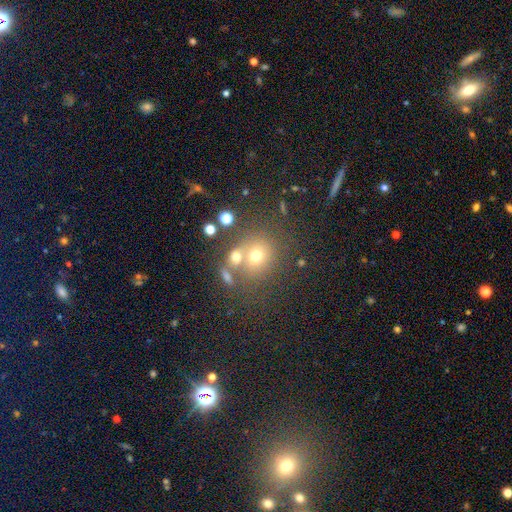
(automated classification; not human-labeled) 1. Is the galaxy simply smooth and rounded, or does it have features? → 65% smooth, 20% star or artifact, 15% featured or disk.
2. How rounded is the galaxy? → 78% round, 21% in between, 1% cigar-shaped.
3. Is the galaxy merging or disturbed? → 56% none, 27% merger, 11% minor disturbance, 6% major disturbance.